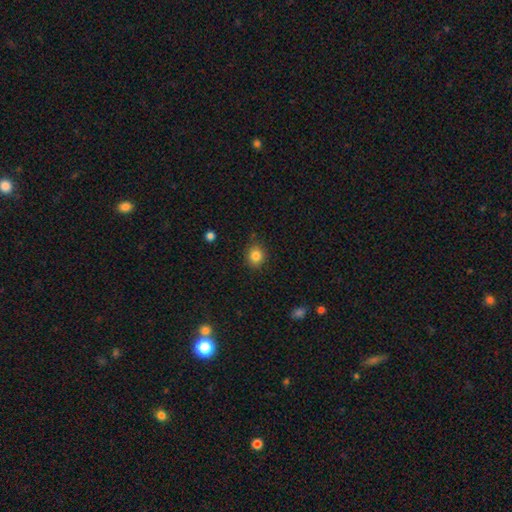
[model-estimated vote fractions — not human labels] Smooth or featured: smooth — 84% (star or artifact — 11%)
How rounded: round — 73% (in between — 26%)
Merging: none — 87% (minor disturbance — 9%)